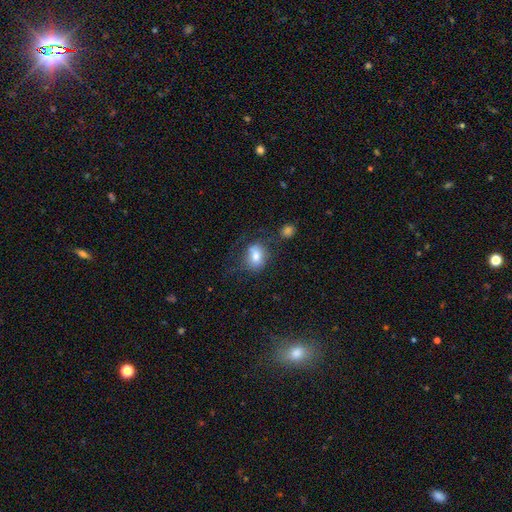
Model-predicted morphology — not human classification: A smooth galaxy with no disk features (77%) that is in between round and cigar-shaped (54%). Merging: none (54%).